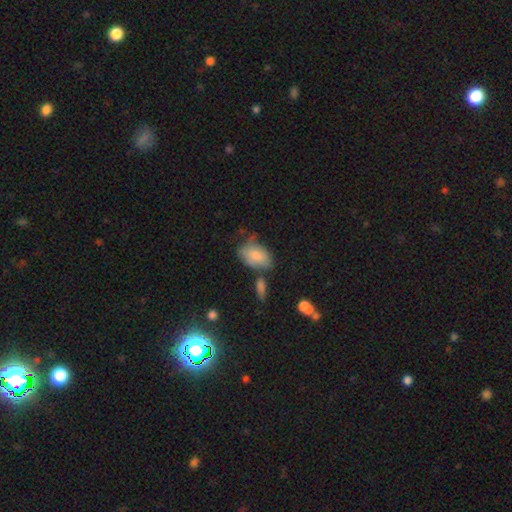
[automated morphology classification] Smooth or featured? Predicted: smooth (p=0.78). How rounded? Predicted: in between (p=0.90). Merging? Predicted: none (p=0.45).